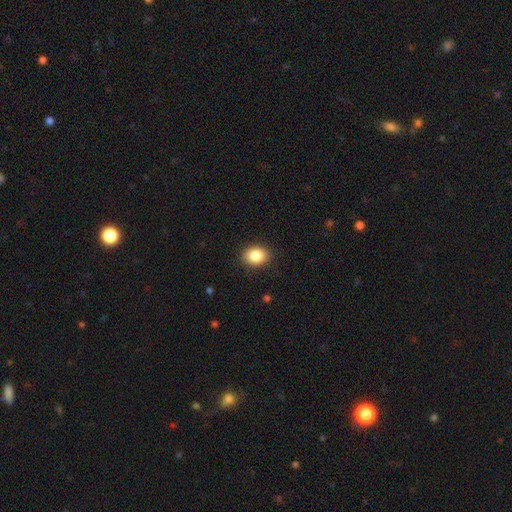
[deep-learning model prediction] Smooth or featured? smooth (86%)
How rounded? in between (62%)
Merging? none (88%)